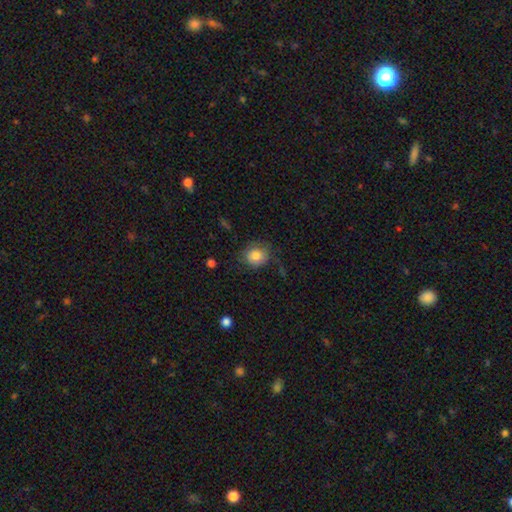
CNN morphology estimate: Overall: smooth (80%). How rounded: round (75%). Merging: none (69%).